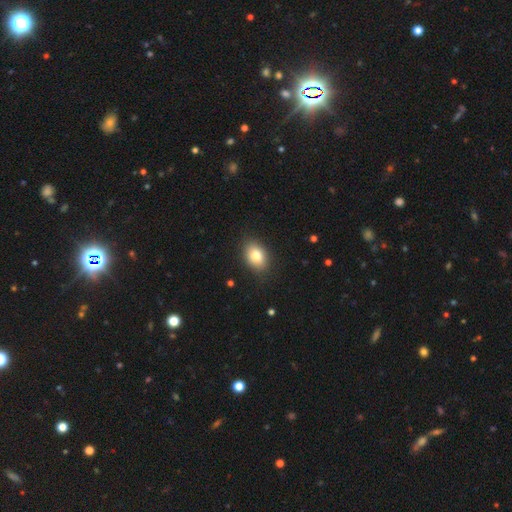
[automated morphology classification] Overall: smooth (80%). How rounded: in between (78%). Merging: none (87%).